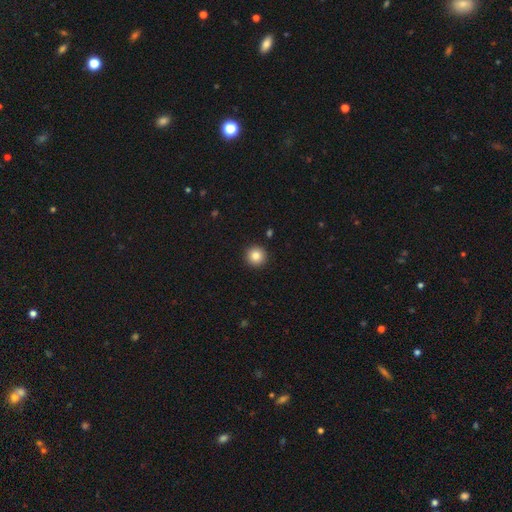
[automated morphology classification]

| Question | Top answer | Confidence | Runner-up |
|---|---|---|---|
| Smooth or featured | smooth | 84% | star or artifact (10%) |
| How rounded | round | 96% | in between (3%) |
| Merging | none | 93% | minor disturbance (4%) |